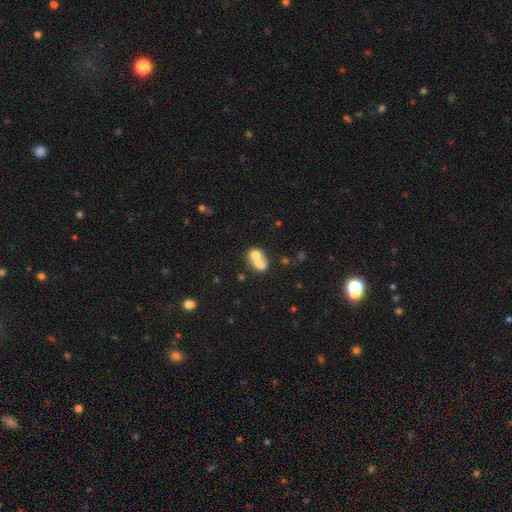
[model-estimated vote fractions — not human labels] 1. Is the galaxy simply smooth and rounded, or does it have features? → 64% smooth, 26% featured or disk, 10% star or artifact.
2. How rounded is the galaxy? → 50% round, 49% in between, 1% cigar-shaped.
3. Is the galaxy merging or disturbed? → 74% merger, 17% none, 6% minor disturbance, 4% major disturbance.